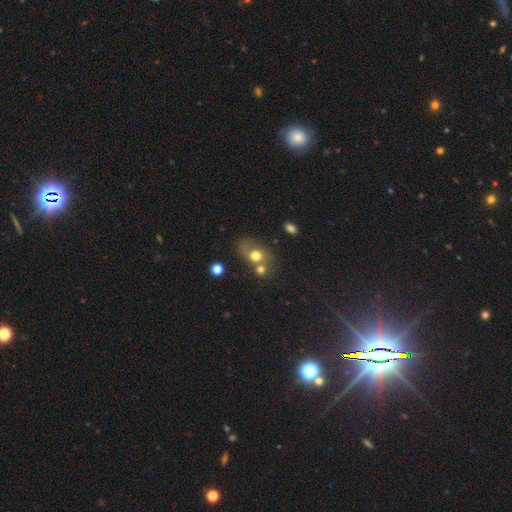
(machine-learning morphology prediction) smooth_or_featured: smooth (p=0.70) [alt: featured or disk p=0.17]
how_rounded: in between (p=0.50) [alt: round p=0.48]
merging: merger (p=0.38) [tied with: none p=0.38]